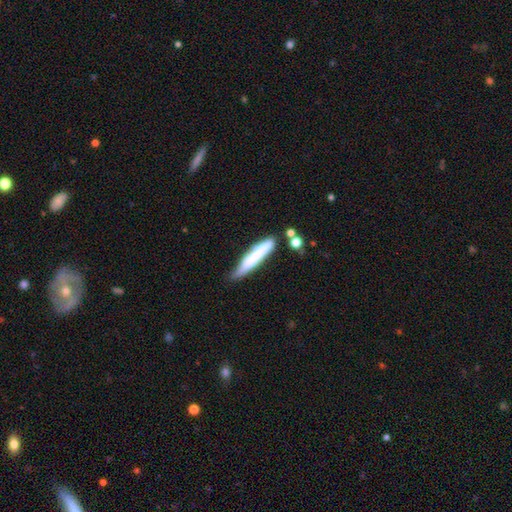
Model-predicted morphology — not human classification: Smooth or featured: smooth — 67% (featured or disk — 26%)
How rounded: cigar-shaped — 89% (in between — 10%)
Merging: none — 64% (minor disturbance — 22%)